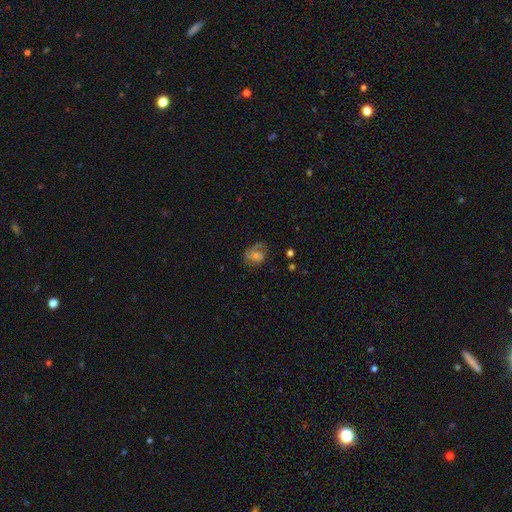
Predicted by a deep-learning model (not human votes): A featured or disk galaxy (47%). Merging: none (51%).